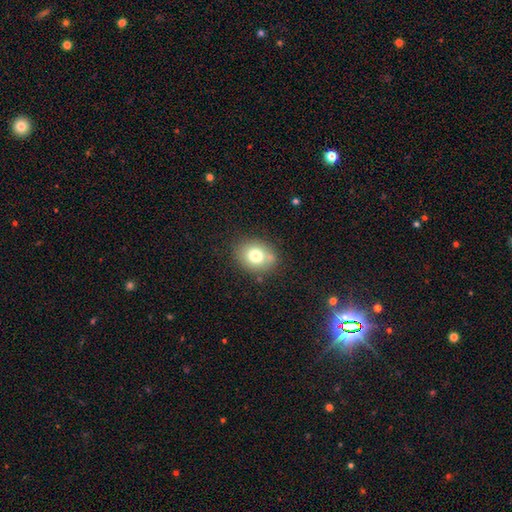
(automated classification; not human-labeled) Morphology: type=smooth (76%); roundness=round (57%); merging=none (75%).